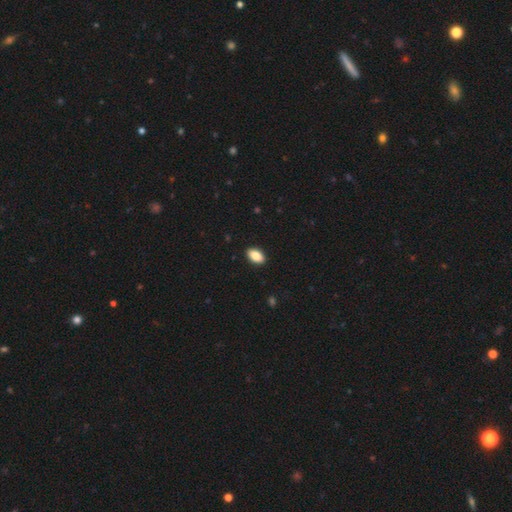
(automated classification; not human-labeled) Smooth or featured? Predicted: smooth (p=0.85). How rounded? Predicted: in between (p=0.92). Merging? Predicted: none (p=0.91).